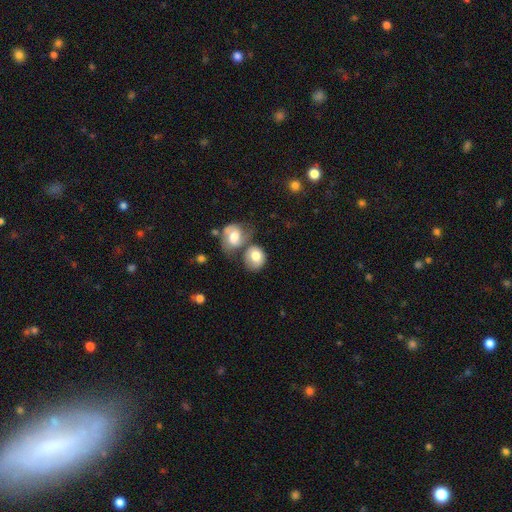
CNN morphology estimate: Smooth or featured?
  - smooth: 73% *
  - featured or disk: 20%
  - star or artifact: 7%
How rounded?
  - round: 64% *
  - in between: 35%
  - cigar-shaped: 1%
Merging?
  - merger: 40% *
  - none: 36%
  - minor disturbance: 15%
  - major disturbance: 9%